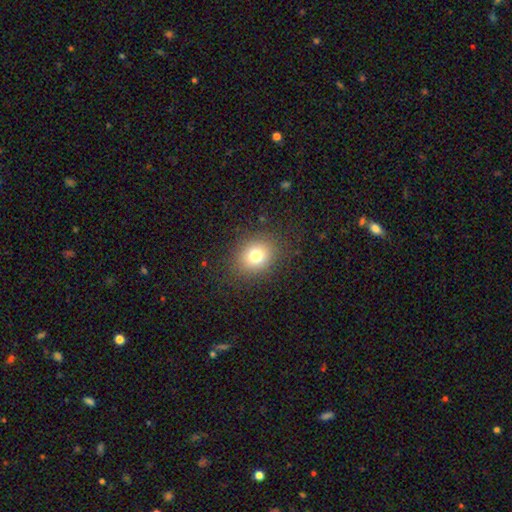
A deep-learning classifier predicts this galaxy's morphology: smooth_or_featured: smooth (p=0.76) [alt: star or artifact p=0.14]
how_rounded: round (p=0.62) [alt: in between p=0.37]
merging: none (p=0.86) [alt: minor disturbance p=0.09]